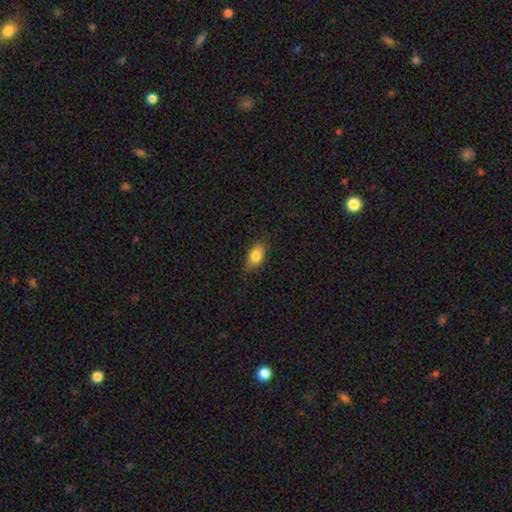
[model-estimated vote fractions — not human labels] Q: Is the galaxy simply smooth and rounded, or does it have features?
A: smooth — 83%.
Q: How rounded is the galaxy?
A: in between — 85%.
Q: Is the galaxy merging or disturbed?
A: none — 82%.